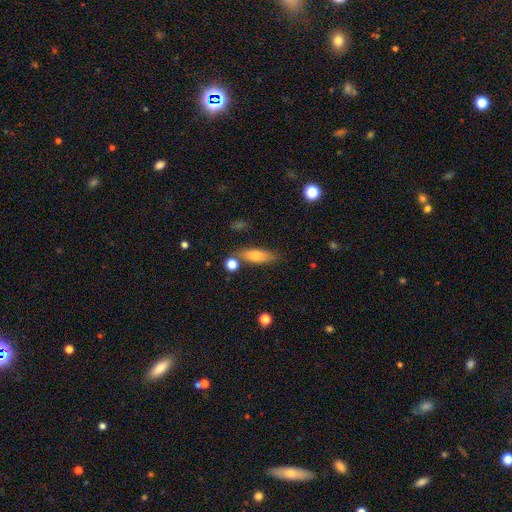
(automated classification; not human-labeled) smooth 76%, featured or disk 16%, star or artifact 8%. Down the decision tree: how rounded — in between (58%); merging — none (70%).